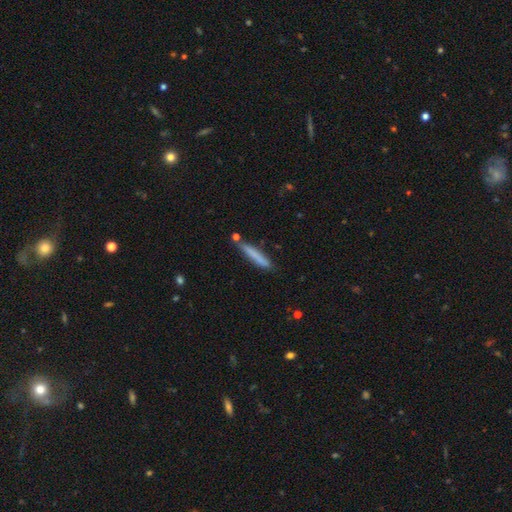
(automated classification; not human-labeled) A smooth galaxy with no disk features (73%) that is cigar-shaped (94%).

Vote fractions:
- Smooth or featured? smooth: 73% / featured or disk: 20% / star or artifact: 7%
- How rounded? cigar-shaped: 94% / in between: 5% / round: 1%
- Merging? none: 77% / minor disturbance: 14% / merger: 6% / major disturbance: 3%